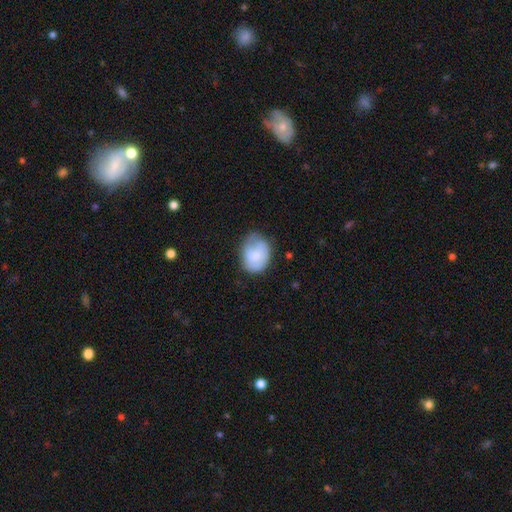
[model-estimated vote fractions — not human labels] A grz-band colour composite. It shows a smooth galaxy with no disk features (62%) that is in between round and cigar-shaped (55%). Merging: none (52%).